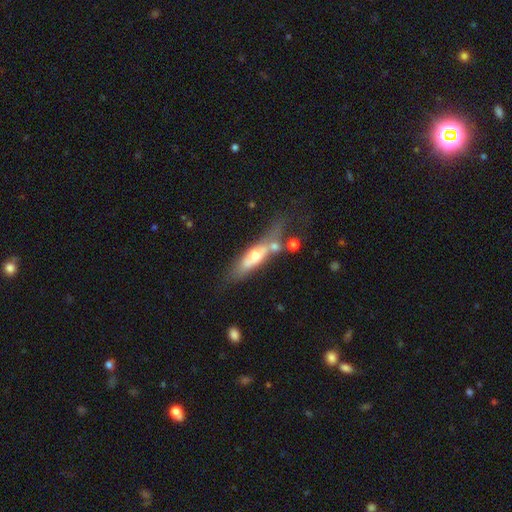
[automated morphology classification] Smooth or featured: featured or disk — 50% (smooth — 43%)
Edge-on disk: yes — 56% (no — 44%)
Merging: none — 36% (merger — 26%)